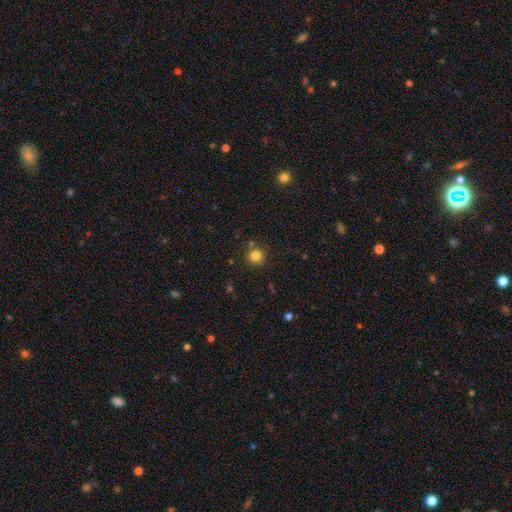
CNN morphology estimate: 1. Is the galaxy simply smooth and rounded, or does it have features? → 82% smooth, 13% star or artifact, 6% featured or disk.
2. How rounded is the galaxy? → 91% round, 8% in between, 1% cigar-shaped.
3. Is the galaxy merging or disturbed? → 80% none, 10% minor disturbance, 7% merger, 3% major disturbance.